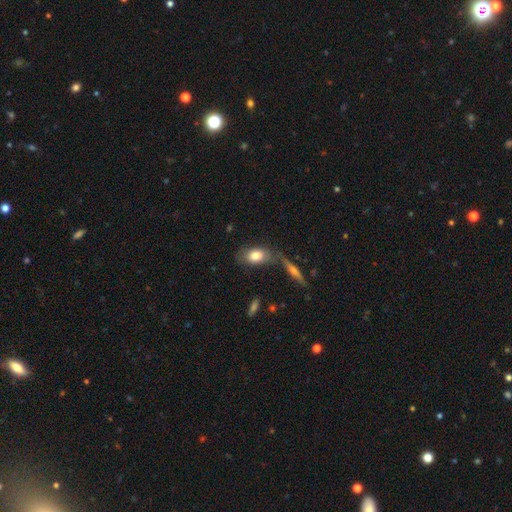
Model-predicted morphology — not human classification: Q: Smooth or featured?
A: smooth (76%); runner-up: featured or disk (17%)
Q: How rounded?
A: in between (87%); runner-up: round (8%)
Q: Merging?
A: none (54%); runner-up: merger (22%)